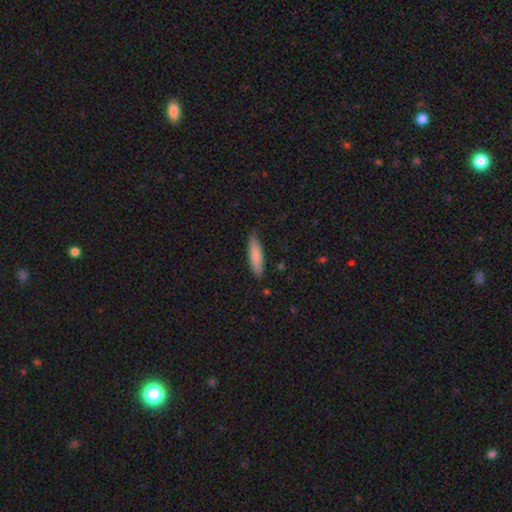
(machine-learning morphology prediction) smooth 78%, featured or disk 16%, star or artifact 6%. Down the decision tree: how rounded — cigar-shaped (74%); merging — none (85%).